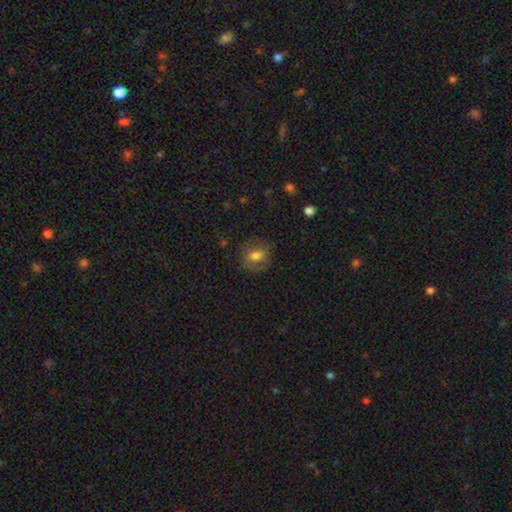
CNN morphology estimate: This appears to be a smooth galaxy with no disk features (69%) that is round (69%). Merging: none (79%).